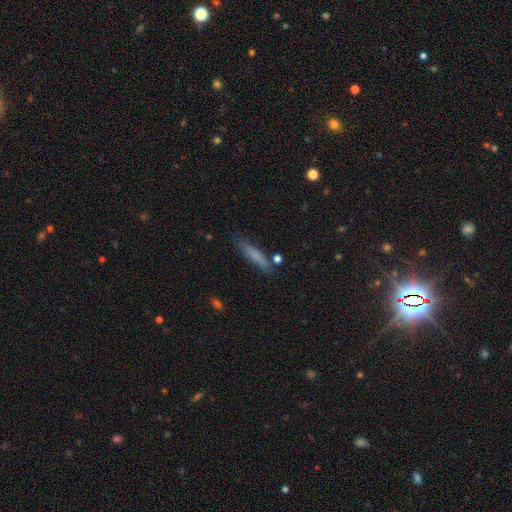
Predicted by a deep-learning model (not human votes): The model was most divided on "smooth or featured": smooth: 73%, featured or disk: 19%, star or artifact: 8%. More confident: how rounded — cigar-shaped (88%); merging — none (74%).